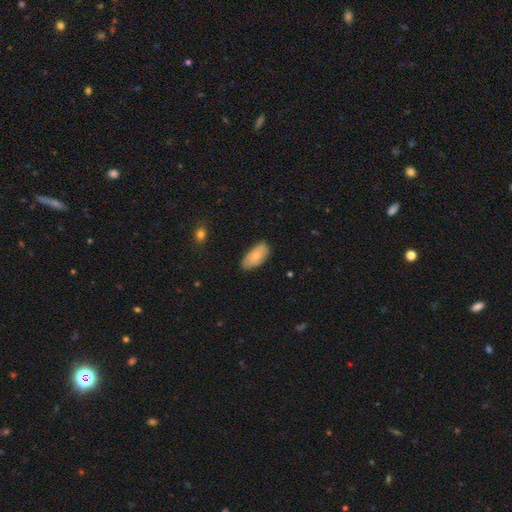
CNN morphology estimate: This is likely a smooth galaxy (78%). How rounded: clearly in between (91%). Merging: likely none (77%).